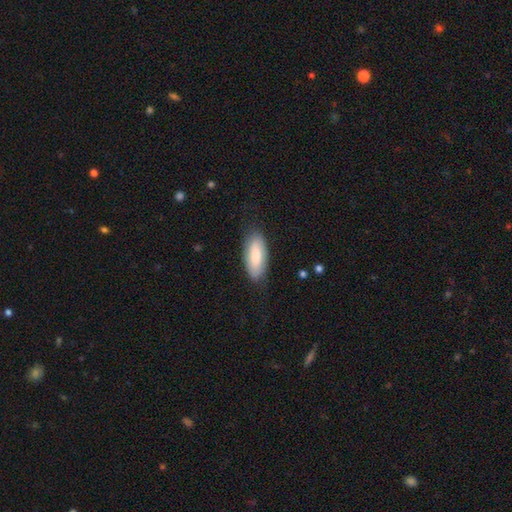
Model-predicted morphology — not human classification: A smooth galaxy with no disk features (82%) that is in between round and cigar-shaped (84%).

Vote fractions:
- Smooth or featured? smooth: 82% / featured or disk: 12% / star or artifact: 6%
- How rounded? in between: 84% / cigar-shaped: 14% / round: 2%
- Merging? none: 81% / minor disturbance: 15% / major disturbance: 4% / merger: 1%